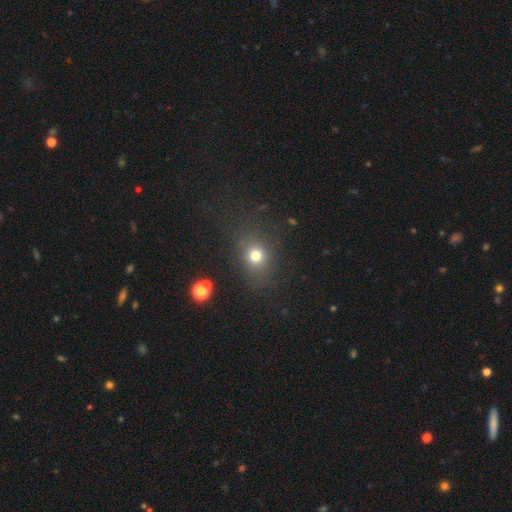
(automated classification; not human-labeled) Smooth or featured?
  - smooth: 73% *
  - star or artifact: 17%
  - featured or disk: 9%
How rounded?
  - round: 59% *
  - in between: 40%
  - cigar-shaped: 2%
Merging?
  - none: 75% *
  - minor disturbance: 14%
  - major disturbance: 8%
  - merger: 3%